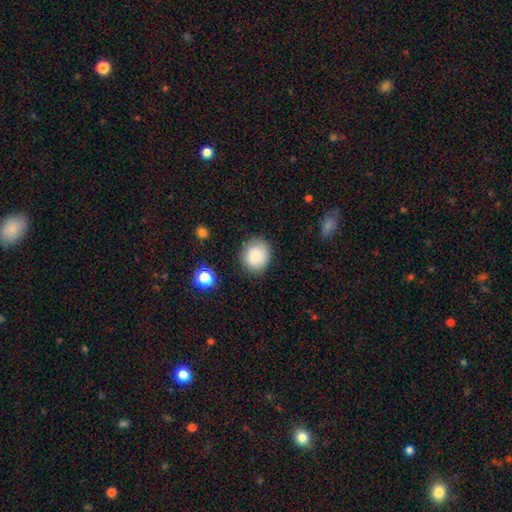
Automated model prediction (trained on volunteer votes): smooth-or-featured: smooth: 85% | star or artifact: 9% | featured or disk: 6%
  how-rounded: round: 74% | in between: 25% | cigar-shaped: 1%
  merging: none: 82% | minor disturbance: 12% | major disturbance: 3% | merger: 2%